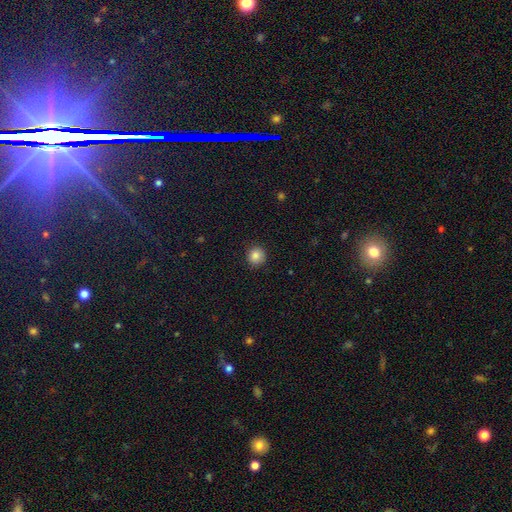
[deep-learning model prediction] Smooth or featured? Predicted: smooth (p=0.85). How rounded? Predicted: round (p=0.92). Merging? Predicted: none (p=0.90).